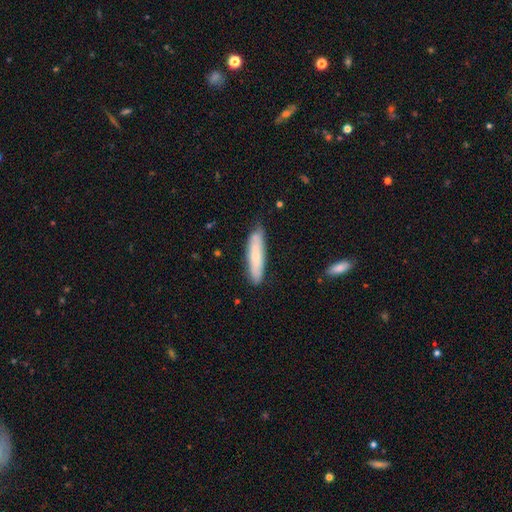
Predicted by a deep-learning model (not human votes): This appears to be a smooth galaxy with no disk features (68%) that is cigar-shaped (82%). Merging: none (77%).